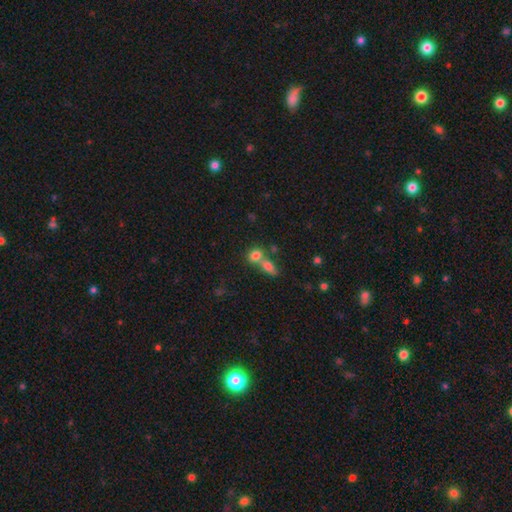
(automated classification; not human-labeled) A smooth galaxy with no disk features (77%) that is in between round and cigar-shaped (55%). Merging: merger (54%).